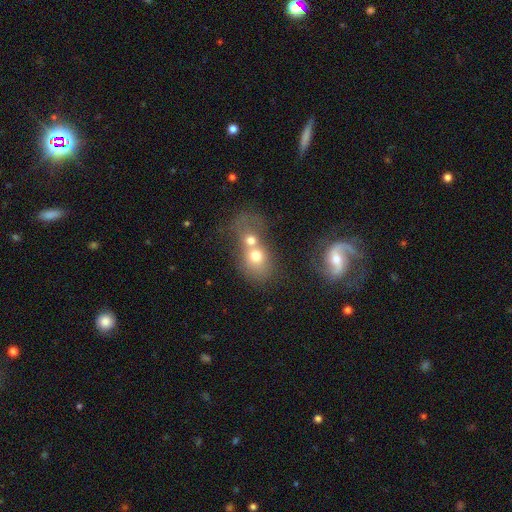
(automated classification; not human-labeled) Smooth or featured?
  - smooth: 61% *
  - featured or disk: 26%
  - star or artifact: 12%
How rounded?
  - round: 52% *
  - in between: 46%
  - cigar-shaped: 2%
Merging?
  - merger: 71% *
  - none: 16%
  - major disturbance: 7%
  - minor disturbance: 6%